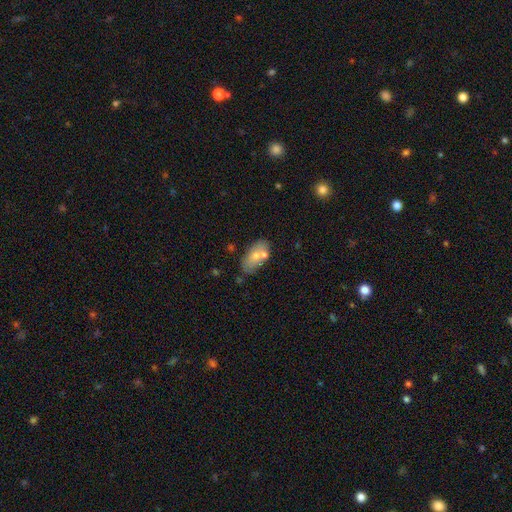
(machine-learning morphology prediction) Smooth or featured? Predicted: smooth (p=0.67). How rounded? Predicted: in between (p=0.90). Merging? Predicted: none (p=0.63).